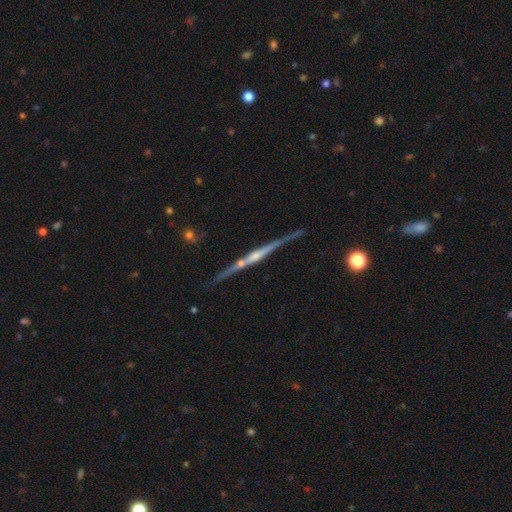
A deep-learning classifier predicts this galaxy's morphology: type=featured or disk (85%); edge-on=yes (98%); edge-on bulge=rounded (67%); merging=none (87%).